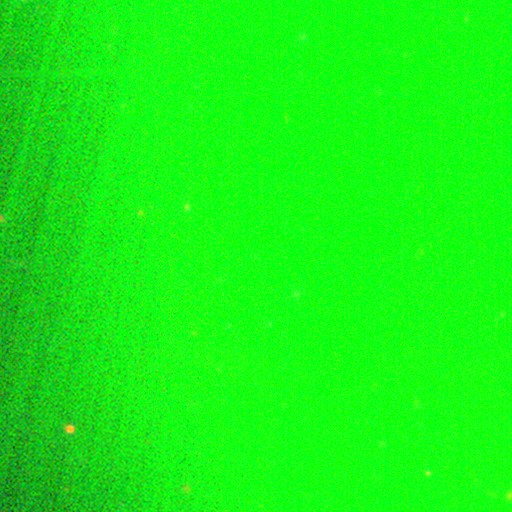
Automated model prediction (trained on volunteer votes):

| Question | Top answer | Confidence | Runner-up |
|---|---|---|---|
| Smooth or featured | star or artifact | 79% | smooth (13%) |